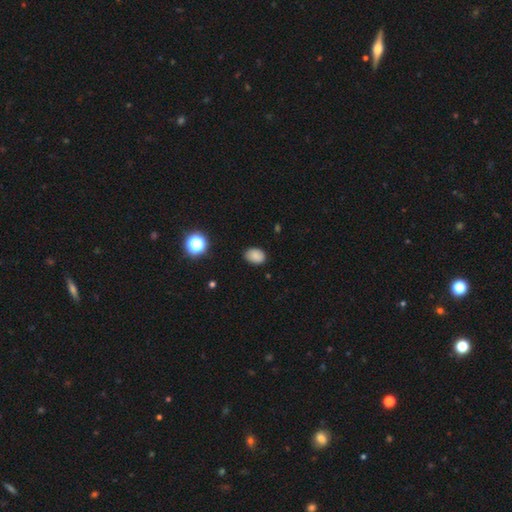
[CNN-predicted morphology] smooth 84%, star or artifact 11%, featured or disk 4%. Down the decision tree: how rounded — in between (72%); merging — none (84%).